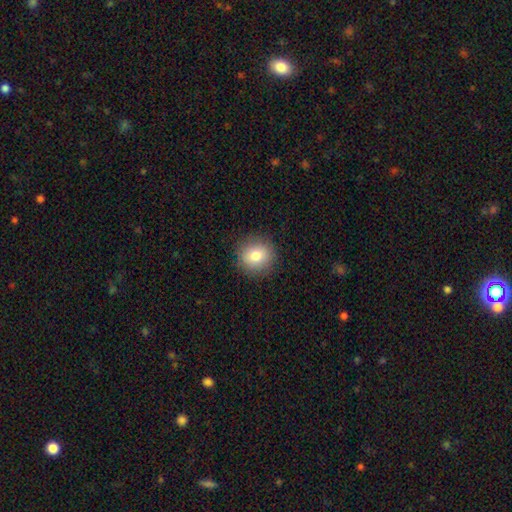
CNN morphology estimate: Overall: smooth (81%). How rounded: round (90%). Merging: none (90%).